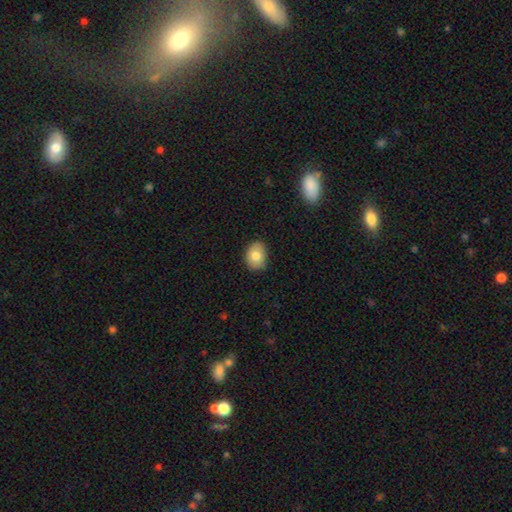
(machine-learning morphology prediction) Overall: smooth (80%). How rounded: in between (65%; round 34%). Merging: none (77%).